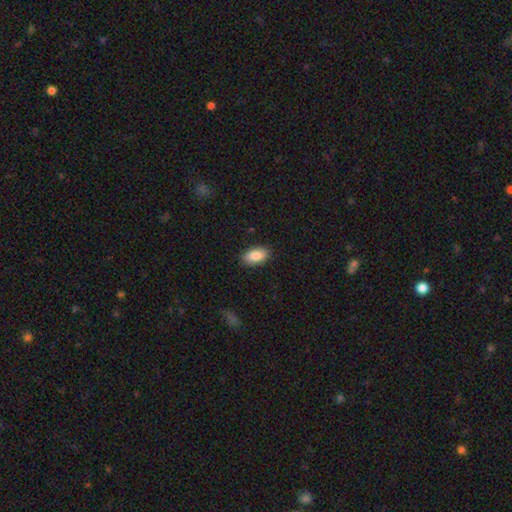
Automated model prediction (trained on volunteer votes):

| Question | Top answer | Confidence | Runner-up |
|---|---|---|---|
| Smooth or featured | smooth | 87% | star or artifact (7%) |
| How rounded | in between | 92% | cigar-shaped (4%) |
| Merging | none | 87% | minor disturbance (10%) |